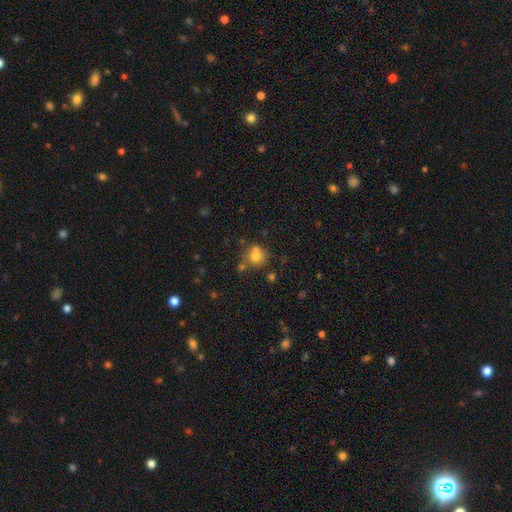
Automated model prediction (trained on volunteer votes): Smooth or featured: smooth — 73% (star or artifact — 14%)
How rounded: round — 82% (in between — 17%)
Merging: none — 54% (merger — 26%)